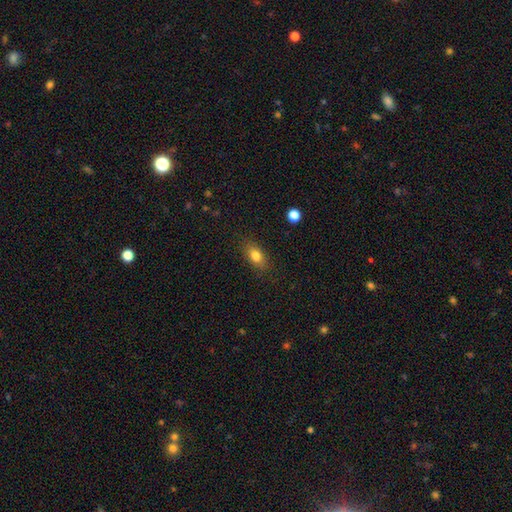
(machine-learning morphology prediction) A smooth galaxy with no disk features (81%) that is in between round and cigar-shaped (80%).

Vote fractions:
- Smooth or featured? smooth: 81% / featured or disk: 10% / star or artifact: 9%
- How rounded? in between: 80% / round: 14% / cigar-shaped: 6%
- Merging? none: 83% / minor disturbance: 12% / major disturbance: 3% / merger: 1%